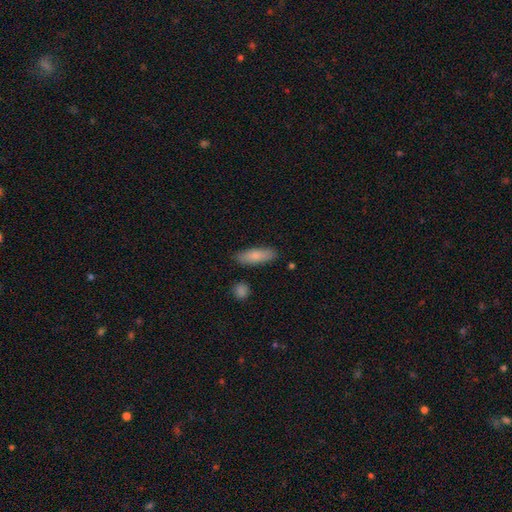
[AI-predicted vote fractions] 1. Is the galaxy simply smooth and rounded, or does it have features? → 81% smooth, 13% featured or disk, 6% star or artifact.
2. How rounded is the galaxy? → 54% in between, 44% cigar-shaped, 2% round.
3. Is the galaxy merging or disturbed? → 85% none, 10% minor disturbance, 2% major disturbance, 2% merger.